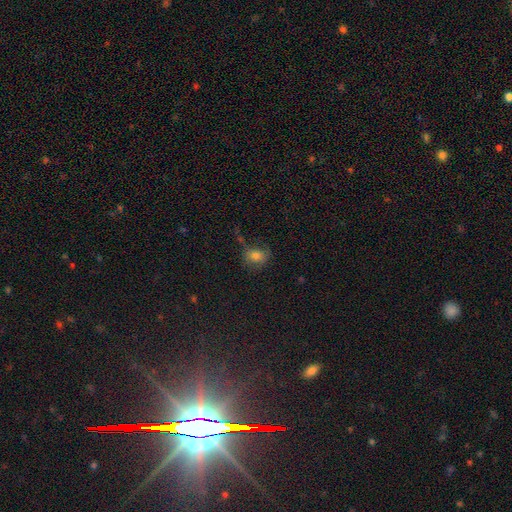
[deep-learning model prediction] Smooth or featured? Predicted: smooth (p=0.73). How rounded? Predicted: in between (p=0.59). Merging? Predicted: none (p=0.56).